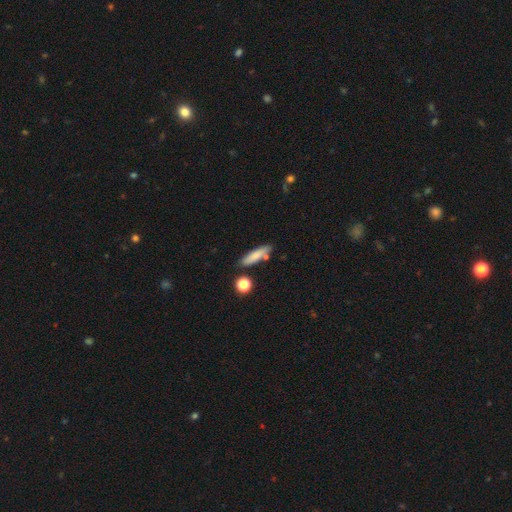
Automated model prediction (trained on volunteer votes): The model was most divided on "how rounded": cigar-shaped: 67%, in between: 30%, round: 3%. More confident: smooth or featured — smooth (77%); merging — none (75%).